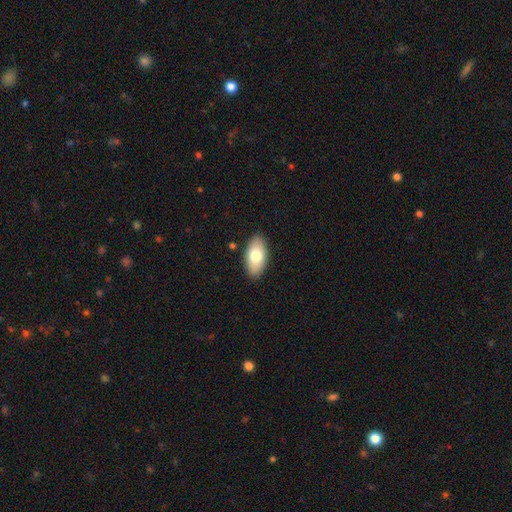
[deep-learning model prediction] Q: Smooth or featured?
A: smooth (76%); runner-up: featured or disk (18%)
Q: How rounded?
A: in between (94%); runner-up: round (3%)
Q: Merging?
A: none (89%); runner-up: minor disturbance (8%)